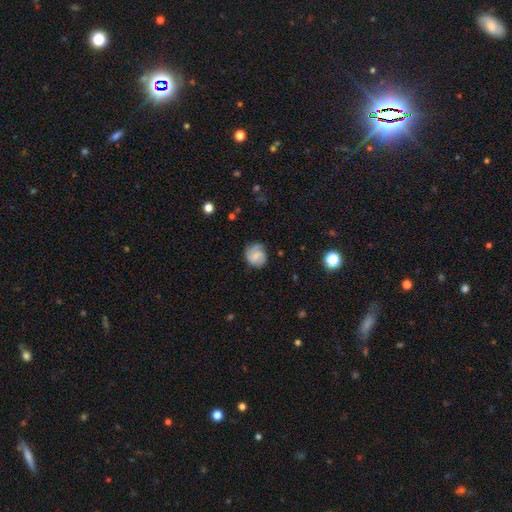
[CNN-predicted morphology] Q: Smooth or featured?
A: smooth (58%); runner-up: featured or disk (33%)
Q: How rounded?
A: round (82%); runner-up: in between (17%)
Q: Merging?
A: none (72%); runner-up: minor disturbance (21%)